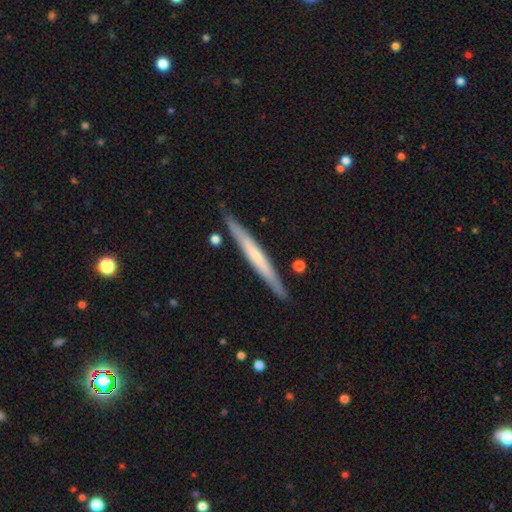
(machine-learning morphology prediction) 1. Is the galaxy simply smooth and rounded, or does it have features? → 50% featured or disk, 45% smooth, 5% star or artifact.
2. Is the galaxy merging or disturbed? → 88% none, 9% minor disturbance, 2% merger, 2% major disturbance.